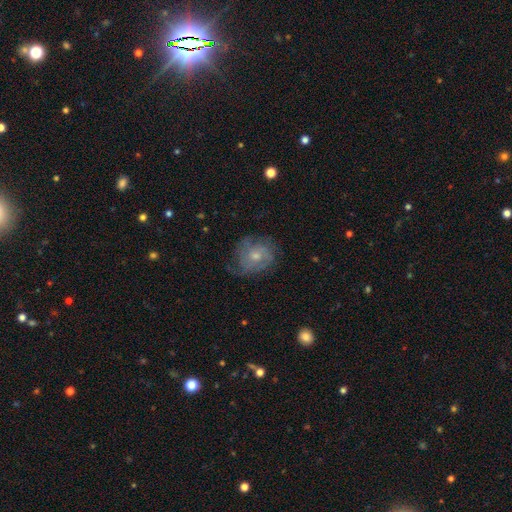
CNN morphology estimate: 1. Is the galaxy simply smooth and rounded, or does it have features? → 62% featured or disk, 30% smooth, 8% star or artifact.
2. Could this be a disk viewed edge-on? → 97% no, 3% yes.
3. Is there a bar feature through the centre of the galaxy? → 79% no, 18% weak, 3% strong.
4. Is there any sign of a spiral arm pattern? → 82% yes, 18% no.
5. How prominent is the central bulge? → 48% moderate, 47% small, 2% large, 2% none, 1% dominant.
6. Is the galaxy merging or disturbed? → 61% none, 24% minor disturbance, 14% major disturbance, 1% merger.